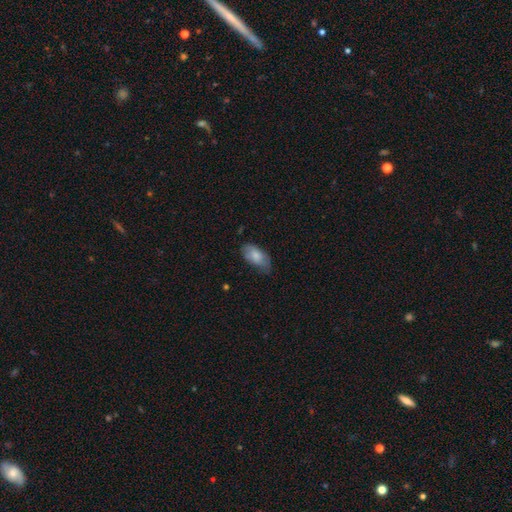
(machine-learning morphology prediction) This is likely a smooth galaxy (78%). How rounded: clearly in between (93%). Merging: possibly none (57%).